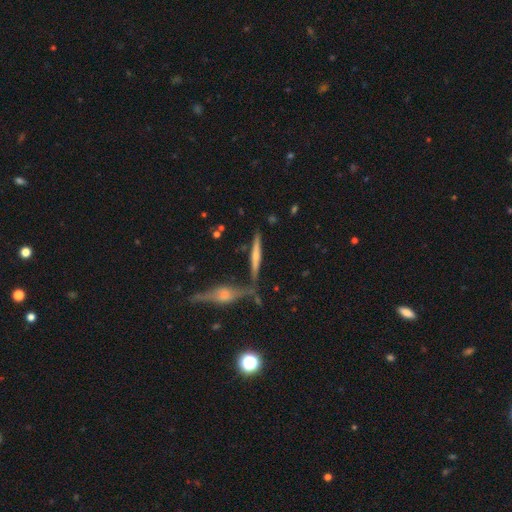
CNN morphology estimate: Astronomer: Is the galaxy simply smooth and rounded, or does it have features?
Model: featured or disk — 56% (runner-up: smooth, 37%).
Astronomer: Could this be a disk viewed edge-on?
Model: yes — 95%.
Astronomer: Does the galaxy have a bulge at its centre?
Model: rounded — 66%.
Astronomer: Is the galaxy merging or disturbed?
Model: none — 71%.